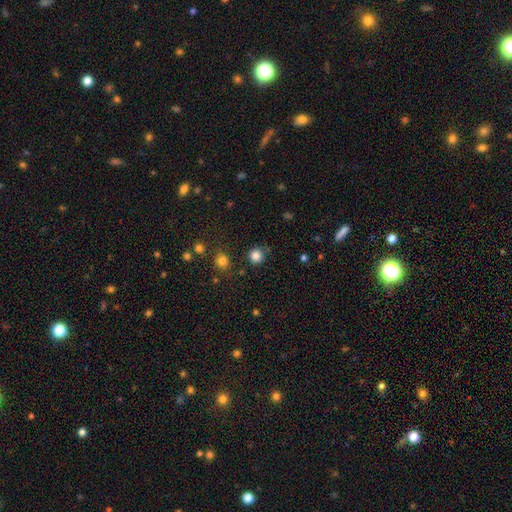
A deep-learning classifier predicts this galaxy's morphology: This appears to be a smooth galaxy with no disk features (83%) that is round (93%). Merging: none (87%).